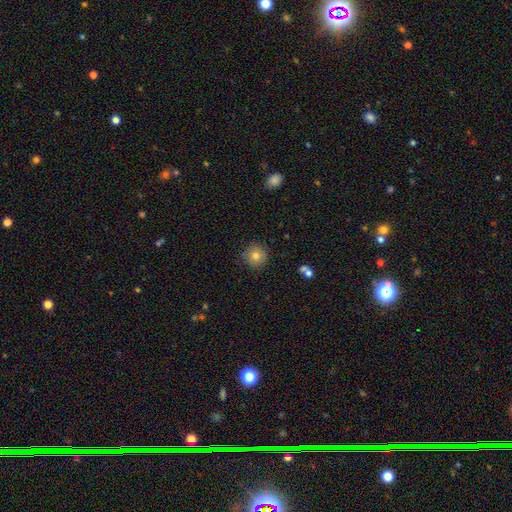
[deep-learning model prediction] This is likely a smooth galaxy (79%). How rounded: clearly round (95%). Merging: clearly none (88%).